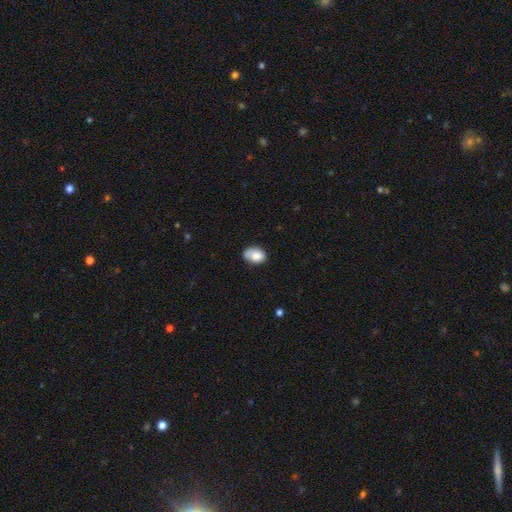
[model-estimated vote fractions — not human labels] smooth_or_featured: smooth (p=0.80) [alt: featured or disk p=0.11]
how_rounded: in between (p=0.73) [alt: round p=0.26]
merging: none (p=0.51) [alt: minor disturbance p=0.32]